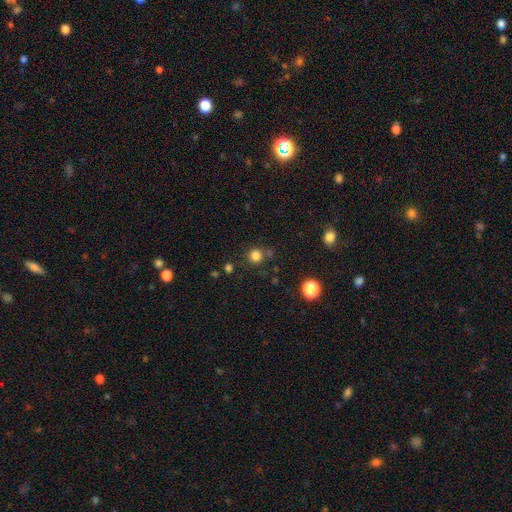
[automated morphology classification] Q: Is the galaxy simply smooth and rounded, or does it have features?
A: smooth — 80%.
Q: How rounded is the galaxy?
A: round — 91%.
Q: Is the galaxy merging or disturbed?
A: none — 78%.